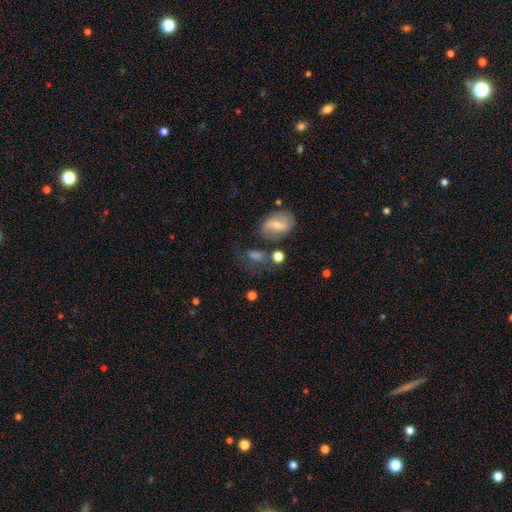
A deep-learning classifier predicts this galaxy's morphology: Overall: smooth (46%; featured or disk 36%). Merging: none (53%; minor disturbance 19%).